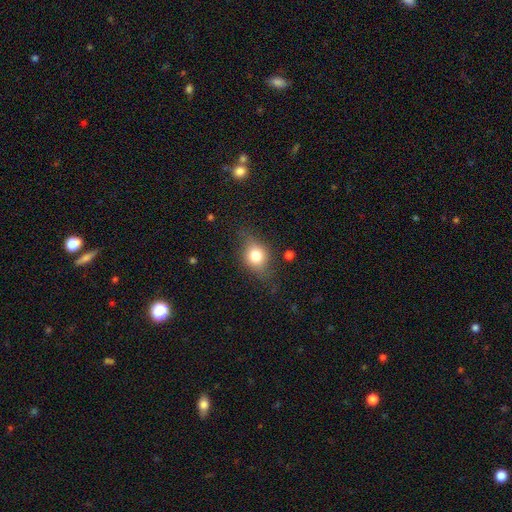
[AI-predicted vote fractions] smooth-or-featured: smooth: 73% | featured or disk: 17% | star or artifact: 10%
  how-rounded: in between: 49% | round: 48% | cigar-shaped: 2%
  merging: none: 69% | minor disturbance: 22% | major disturbance: 7% | merger: 2%